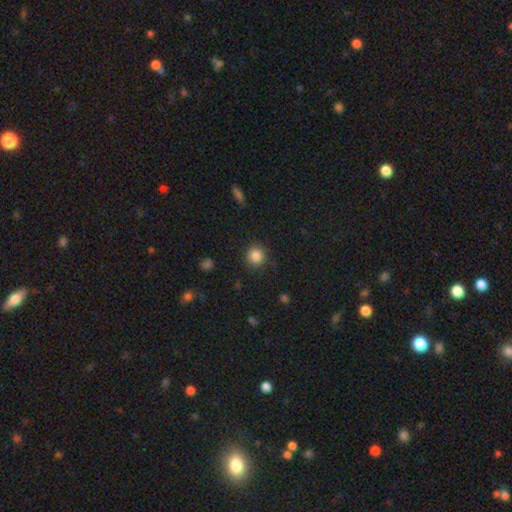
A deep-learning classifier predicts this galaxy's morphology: Smooth or featured? Predicted: smooth (p=0.85). How rounded? Predicted: round (p=0.92). Merging? Predicted: none (p=0.88).